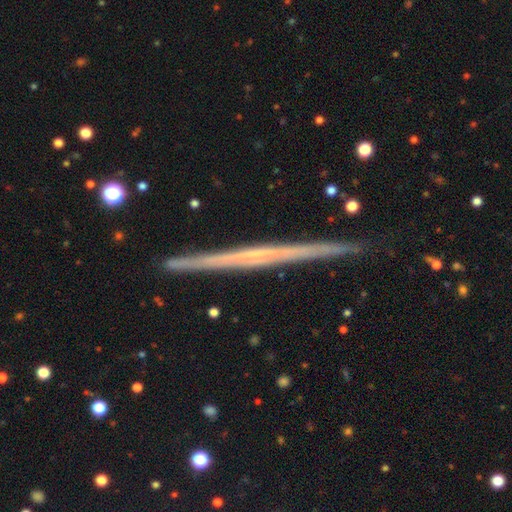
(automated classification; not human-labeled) Q: Smooth or featured?
A: featured or disk (74%); runner-up: smooth (19%)
Q: Edge-on disk?
A: yes (98%); runner-up: no (2%)
Q: Edge-on bulge?
A: none (79%); runner-up: rounded (16%)
Q: Merging?
A: none (91%); runner-up: minor disturbance (6%)